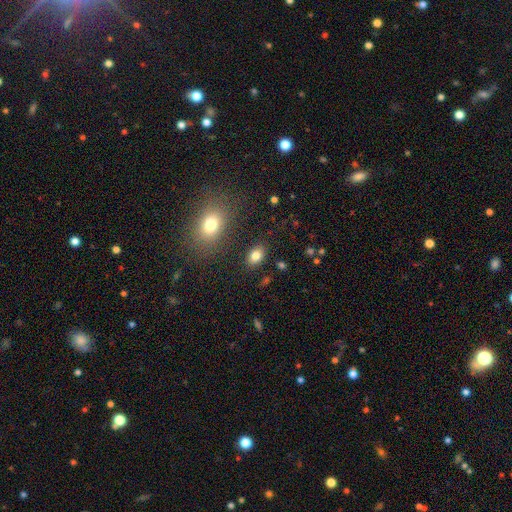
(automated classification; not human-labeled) This appears to be a smooth galaxy with no disk features (82%) that is in between round and cigar-shaped (85%). Merging: none (85%).